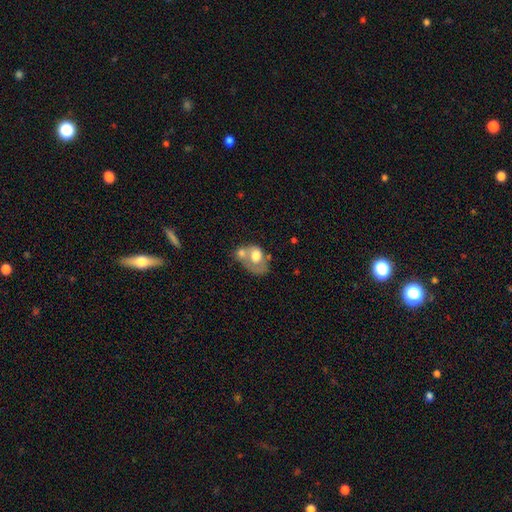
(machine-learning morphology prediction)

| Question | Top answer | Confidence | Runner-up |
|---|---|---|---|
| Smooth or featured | smooth | 57% | featured or disk (36%) |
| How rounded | in between | 65% | round (33%) |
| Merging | merger | 53% | none (18%) |